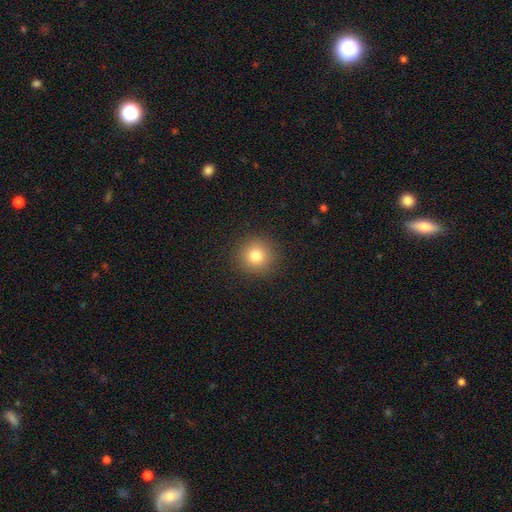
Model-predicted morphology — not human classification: The model was most divided on "smooth or featured": smooth: 80%, star or artifact: 12%, featured or disk: 7%. More confident: how rounded — round (94%); merging — none (91%).